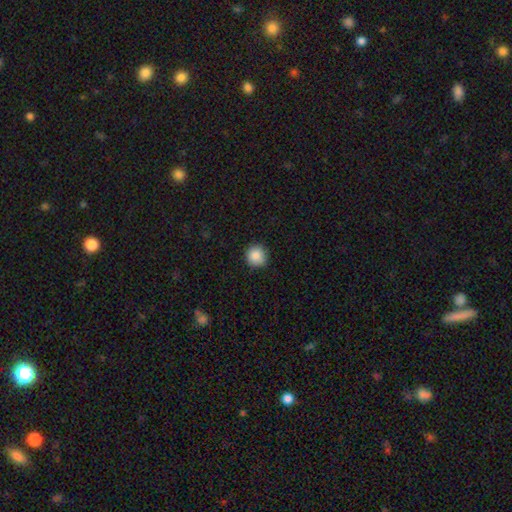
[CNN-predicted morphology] A smooth galaxy with no disk features (88%) that is round (95%). Merging: none (90%).